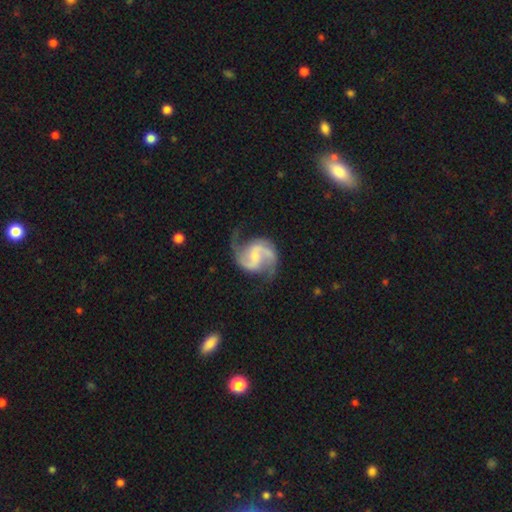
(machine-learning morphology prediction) Smooth or featured? featured or disk (92%)
Edge-on disk? no (98%)
Bar? weak (51%)
Spiral arms? yes (98%)
Spiral winding? medium (57%)
Spiral arm count? 2 (93%)
Bulge size? small (42%)
Merging? none (73%)